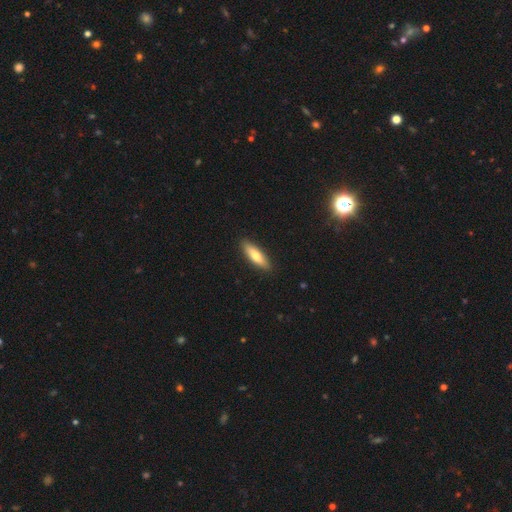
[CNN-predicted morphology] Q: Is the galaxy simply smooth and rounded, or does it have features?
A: smooth — 69%.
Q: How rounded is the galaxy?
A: cigar-shaped — 57%.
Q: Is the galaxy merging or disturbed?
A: none — 90%.